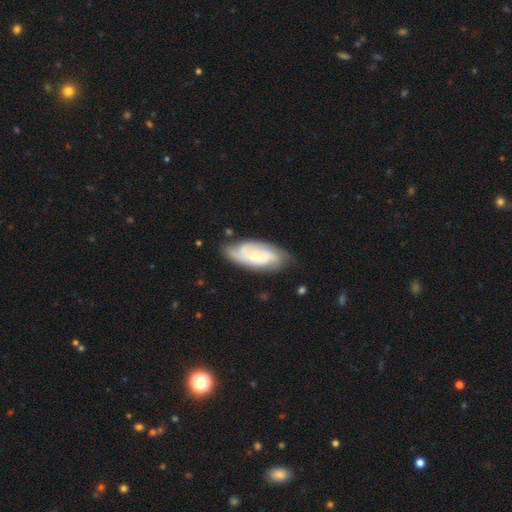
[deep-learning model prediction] A featured or disk galaxy (70%) with no bar (66%), 2 (36%) tight (53%) spiral arms (93%) and a small central bulge (59%). Merging: none (72%).